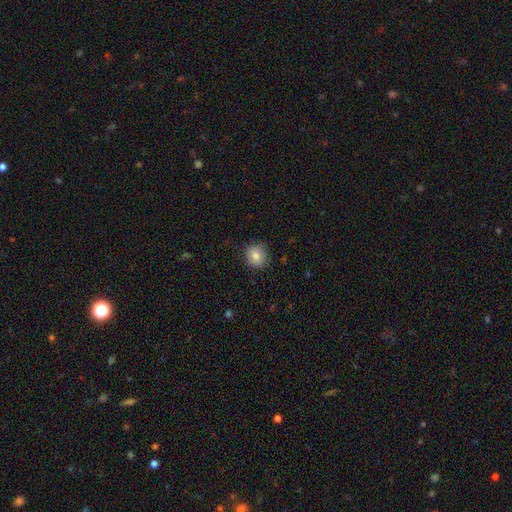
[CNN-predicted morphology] A smooth galaxy with no disk features (82%) that is round (85%). Merging: none (85%).